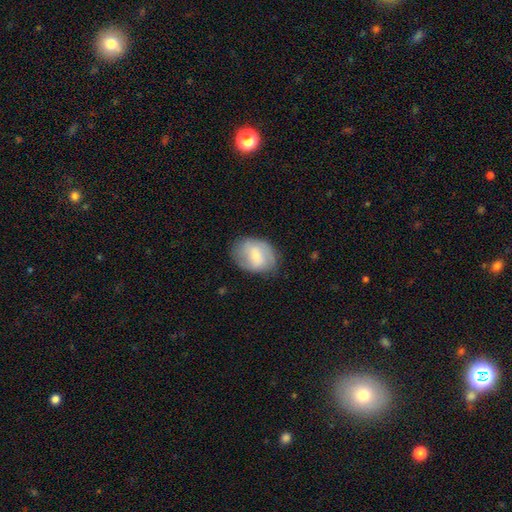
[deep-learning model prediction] Smooth or featured? Predicted: smooth (p=0.48). Merging? Predicted: none (p=0.74).